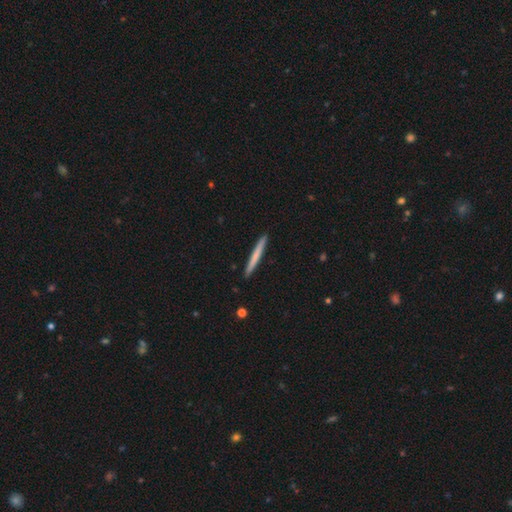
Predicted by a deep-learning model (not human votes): Overall: smooth (66%; featured or disk 29%). How rounded: cigar-shaped (97%). Merging: none (93%).